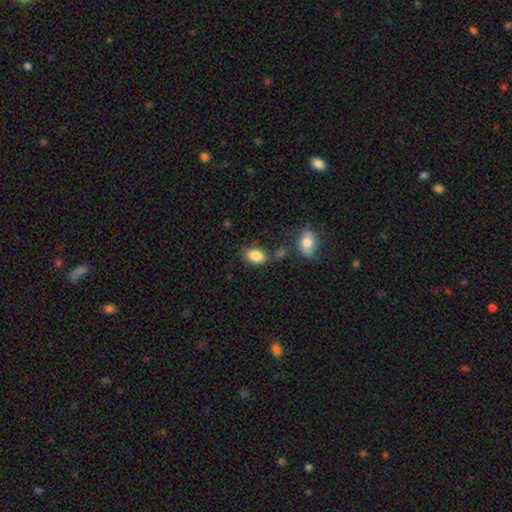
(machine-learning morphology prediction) smooth_or_featured: smooth (p=0.86) [alt: star or artifact p=0.08]
how_rounded: in between (p=0.85) [alt: round p=0.14]
merging: none (p=0.69) [alt: minor disturbance p=0.17]